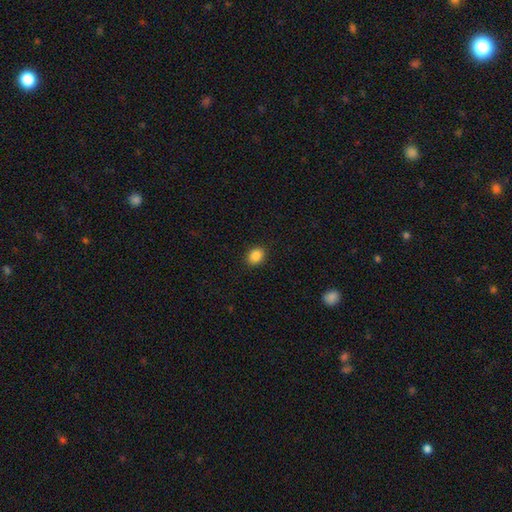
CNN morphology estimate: smooth 87%, star or artifact 9%, featured or disk 4%. Down the decision tree: how rounded — round (50%); merging — none (90%).